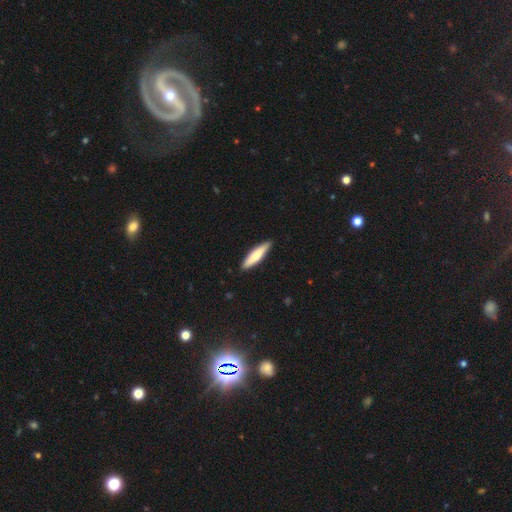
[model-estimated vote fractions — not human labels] Morphology: type=smooth (67%); roundness=cigar-shaped (81%); merging=none (89%).